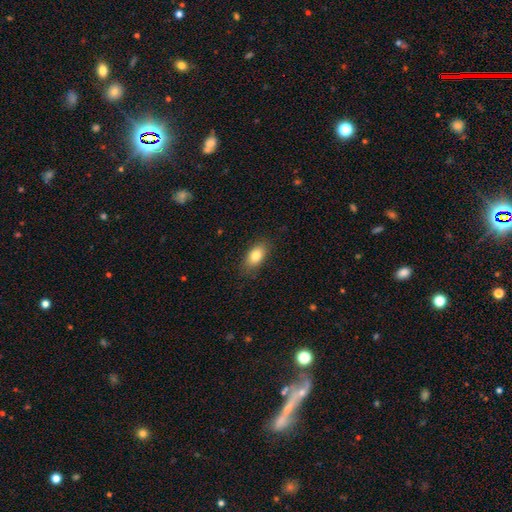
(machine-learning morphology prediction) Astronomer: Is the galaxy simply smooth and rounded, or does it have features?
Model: smooth — 81%.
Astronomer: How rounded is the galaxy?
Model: in between — 88%.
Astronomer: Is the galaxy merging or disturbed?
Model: none — 83%.